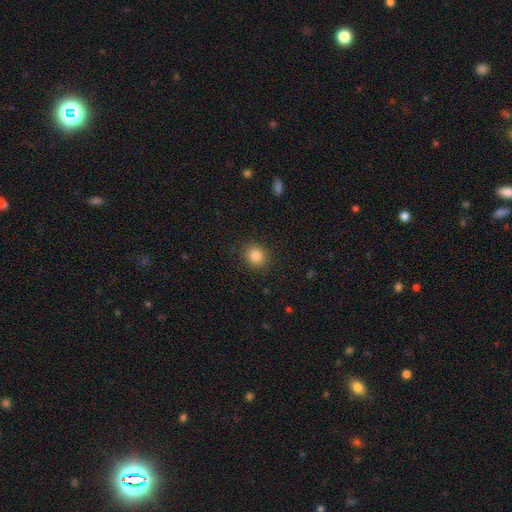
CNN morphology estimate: smooth-or-featured: smooth: 85% | star or artifact: 10% | featured or disk: 5%
  how-rounded: round: 82% | in between: 17% | cigar-shaped: 1%
  merging: none: 89% | minor disturbance: 8% | major disturbance: 3% | merger: 1%